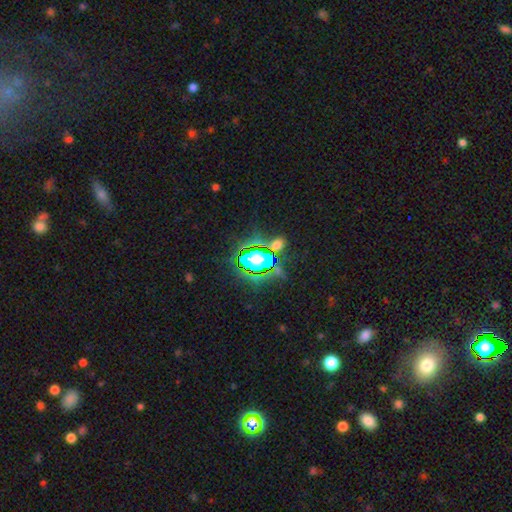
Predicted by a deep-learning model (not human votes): The model was most divided on "smooth or featured": star or artifact: 63%, smooth: 23%, featured or disk: 14%.